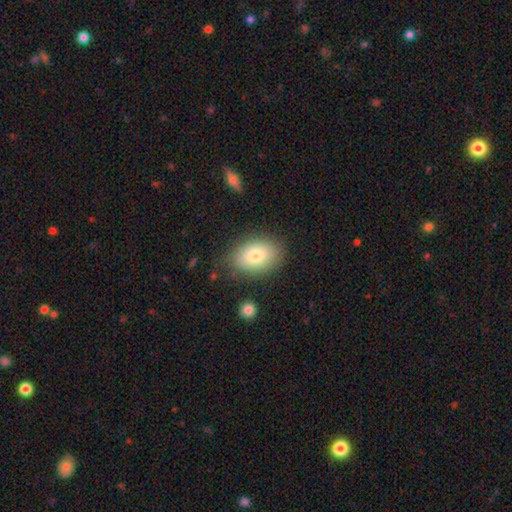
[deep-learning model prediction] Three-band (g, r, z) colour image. It shows a smooth galaxy with no disk features (77%) that is in between round and cigar-shaped (83%). Merging: none (78%).